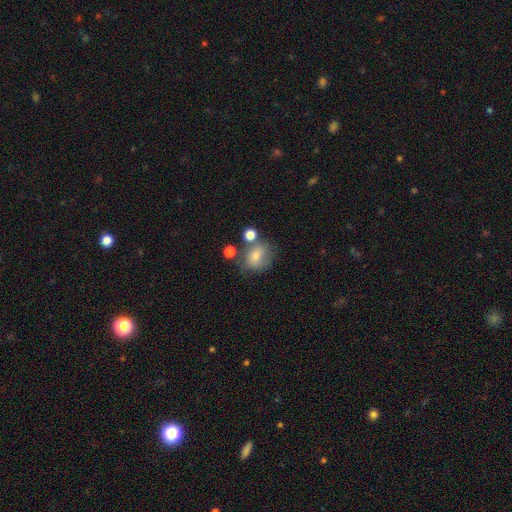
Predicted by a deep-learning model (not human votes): Smooth or featured? smooth (67%)
How rounded? round (64%)
Merging? none (54%)